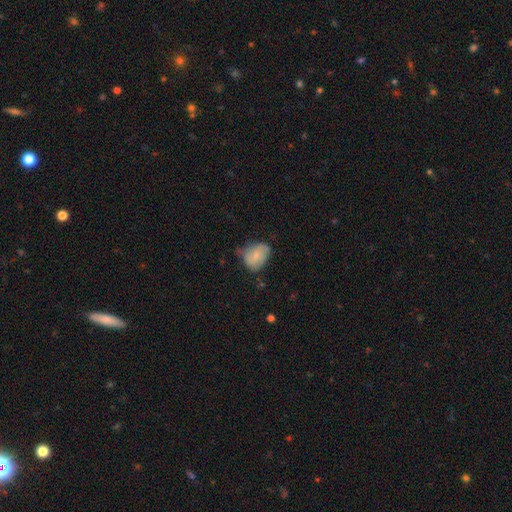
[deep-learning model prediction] smooth 65%, featured or disk 28%, star or artifact 7%. Down the decision tree: how rounded — in between (67%); merging — minor disturbance (43%).